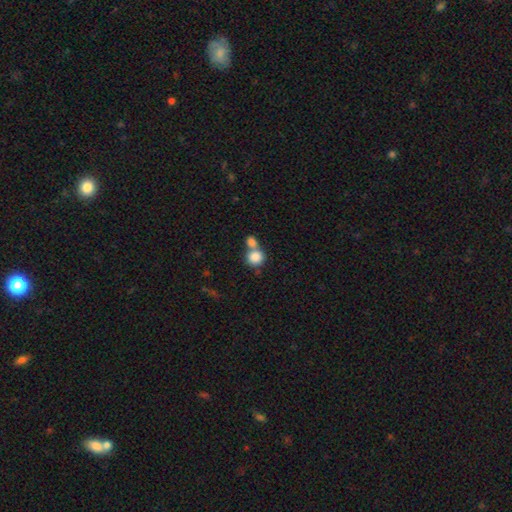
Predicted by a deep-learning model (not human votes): Smooth or featured: smooth — 84% (star or artifact — 8%)
How rounded: round — 79% (in between — 20%)
Merging: merger — 52% (none — 37%)